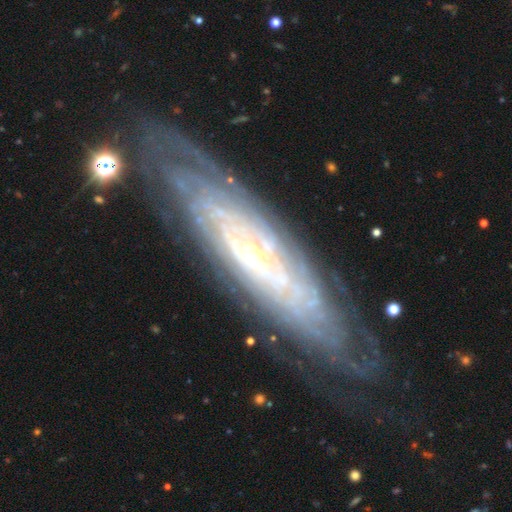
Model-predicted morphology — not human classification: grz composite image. It shows a featured or disk galaxy (83%) with no bar (66%), tight (80%) spiral arms (94%) and a small central bulge (84%). Merging: none (78%).